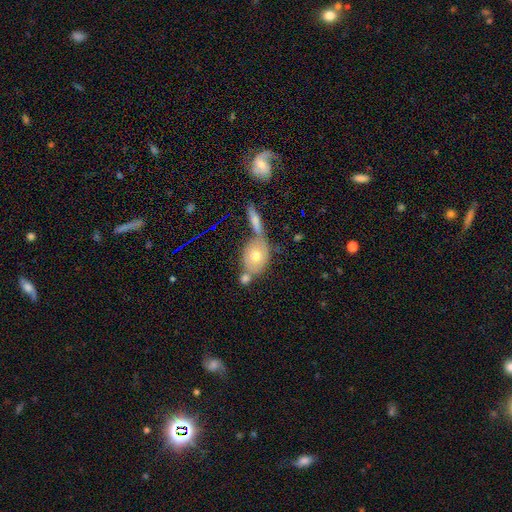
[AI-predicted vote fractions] Morphology: type=smooth (58%); roundness=in between (57%); merging=none (47%).